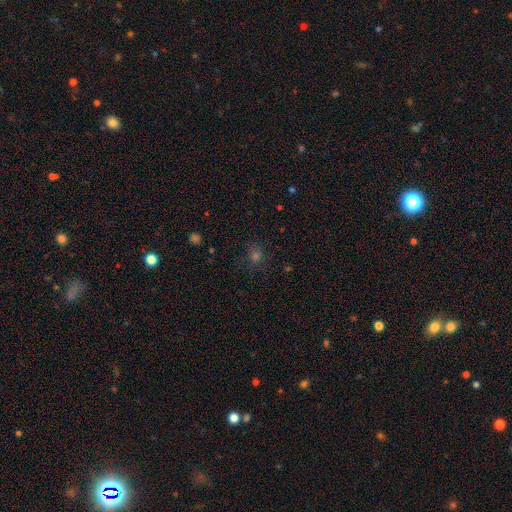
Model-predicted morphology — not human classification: Overall: smooth (55%; star or artifact 34%). How rounded: round (76%). Merging: none (81%).